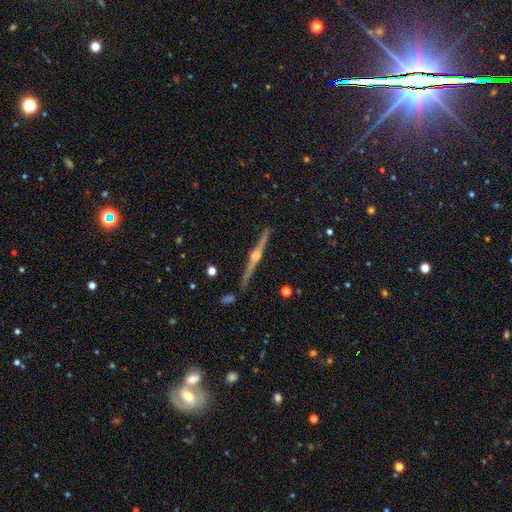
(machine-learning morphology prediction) Smooth or featured? featured or disk (86%)
Edge-on disk? yes (99%)
Edge-on bulge? rounded (92%)
Merging? none (91%)